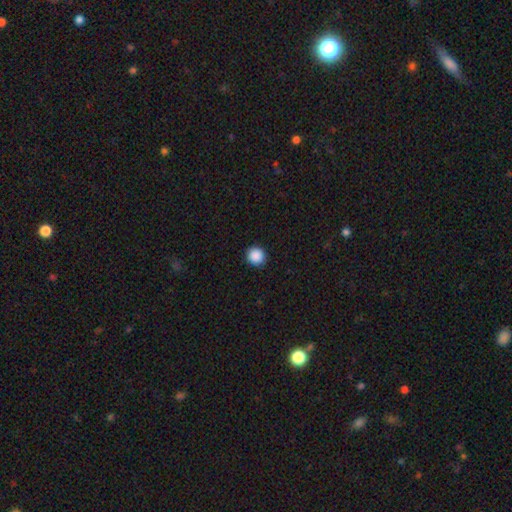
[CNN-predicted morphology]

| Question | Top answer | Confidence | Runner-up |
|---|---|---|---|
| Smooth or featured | smooth | 89% | star or artifact (9%) |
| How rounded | round | 93% | in between (6%) |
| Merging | none | 92% | minor disturbance (5%) |